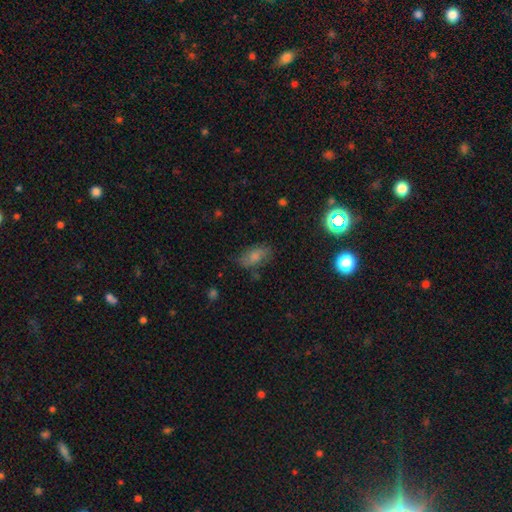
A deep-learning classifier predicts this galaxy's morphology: The model was most divided on "smooth or featured": smooth: 58%, featured or disk: 23%, star or artifact: 19%. More confident: how rounded — in between (84%); merging — none (72%).